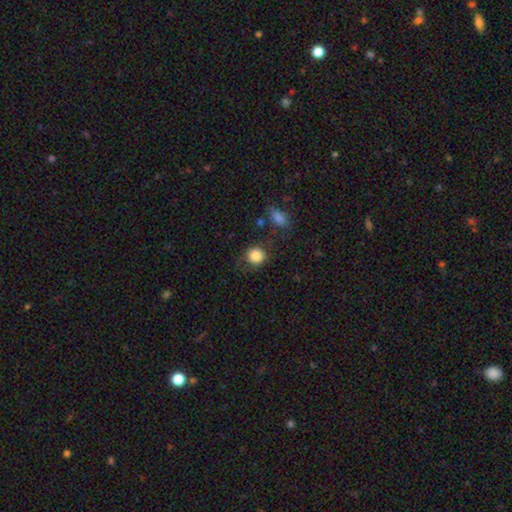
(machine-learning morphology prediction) This is clearly a smooth galaxy (85%). How rounded: clearly round (86%). Merging: likely none (74%).